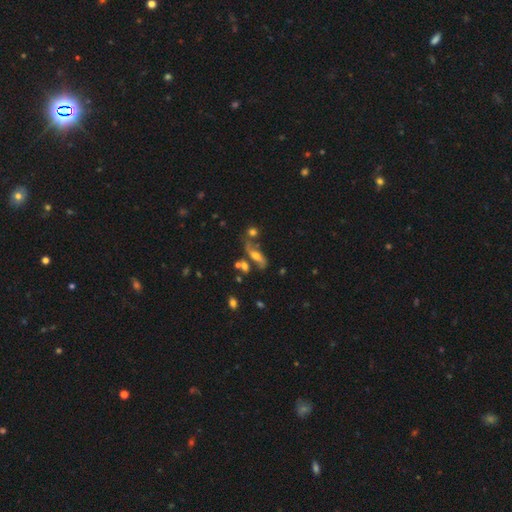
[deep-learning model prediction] star or artifact 52%, smooth 27%, featured or disk 22%.